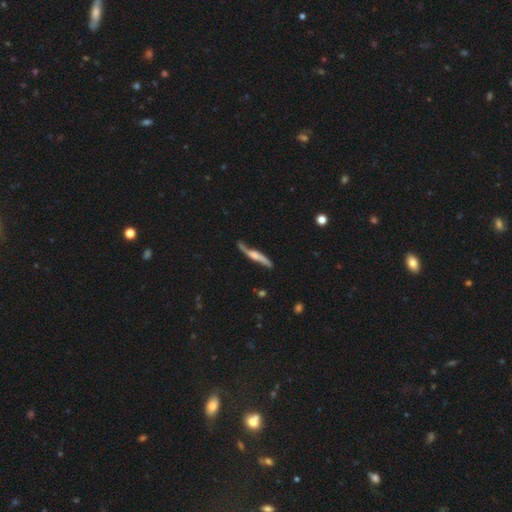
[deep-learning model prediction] featured or disk 70%, smooth 24%, star or artifact 6%. Down the decision tree: edge-on disk — yes (66%); merging — none (66%).